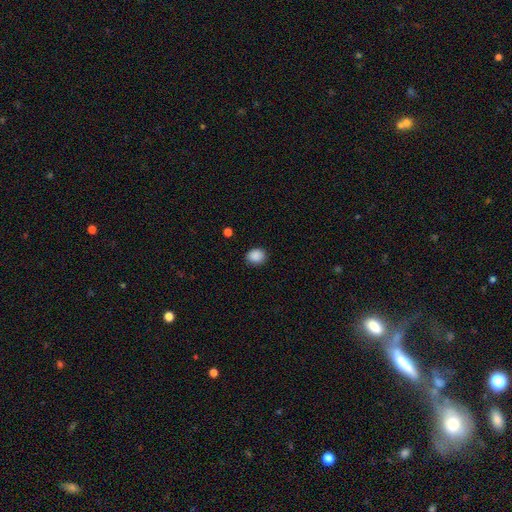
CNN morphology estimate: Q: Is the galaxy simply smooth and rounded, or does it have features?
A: smooth — 89%.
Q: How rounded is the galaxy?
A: round — 60%.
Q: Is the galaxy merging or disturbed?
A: none — 86%.